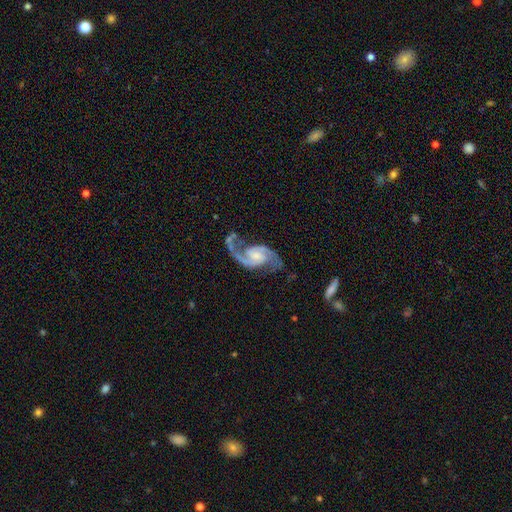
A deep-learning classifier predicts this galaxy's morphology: Smooth or featured?
  - featured or disk: 92% *
  - star or artifact: 4%
  - smooth: 3%
Edge-on disk?
  - no: 98% *
  - yes: 2%
Bar?
  - no: 48% *
  - weak: 40%
  - strong: 12%
Spiral arms?
  - yes: 98% *
  - no: 2%
Spiral winding?
  - medium: 50% *
  - loose: 40%
  - tight: 11%
Spiral arm count?
  - 2: 93% *
  - 1: 2%
  - can't tell: 1%
  - 3: 1%
  - 4: 1%
  - more than 4: 1%
Bulge size?
  - small: 36% *
  - moderate: 30%
  - none: 24%
  - large: 8%
  - dominant: 2%
Merging?
  - none: 64% *
  - minor disturbance: 18%
  - major disturbance: 14%
  - merger: 5%